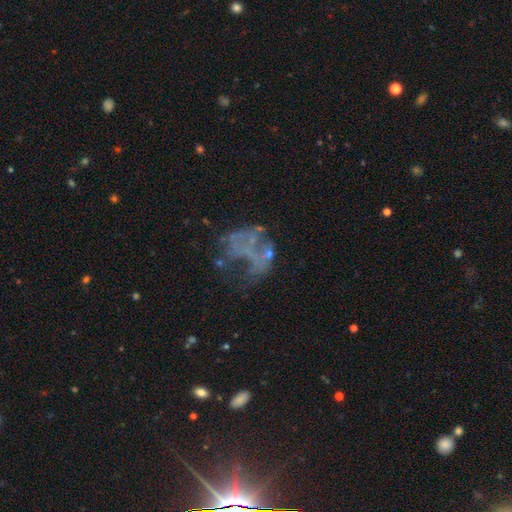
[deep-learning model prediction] featured or disk 60%, star or artifact 21%, smooth 19%. Down the decision tree: edge-on disk — no (98%); bar — no (93%); spiral arms — no (91%); bulge size — none (87%); merging — major disturbance (40%).